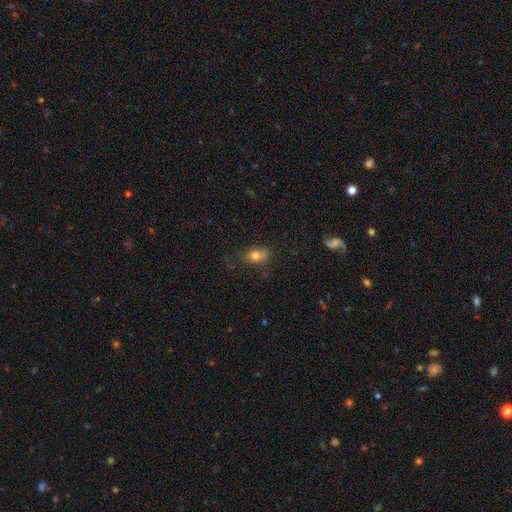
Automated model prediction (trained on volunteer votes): smooth 78%, featured or disk 11%, star or artifact 11%. Down the decision tree: how rounded — in between (77%); merging — none (62%).